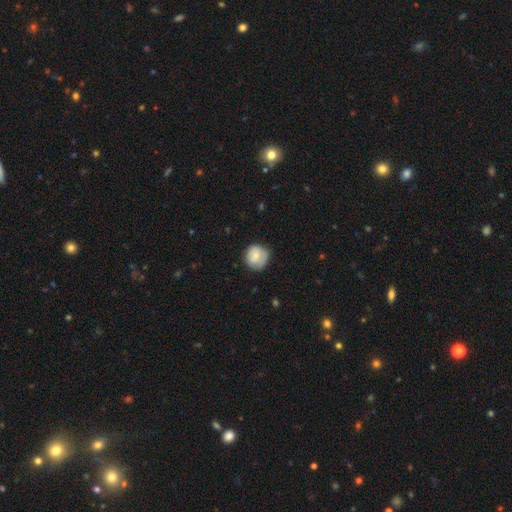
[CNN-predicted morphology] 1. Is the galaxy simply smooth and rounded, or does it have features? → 70% smooth, 23% featured or disk, 7% star or artifact.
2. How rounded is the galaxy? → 90% round, 9% in between, 1% cigar-shaped.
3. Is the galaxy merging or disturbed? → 74% none, 20% minor disturbance, 5% major disturbance, 1% merger.